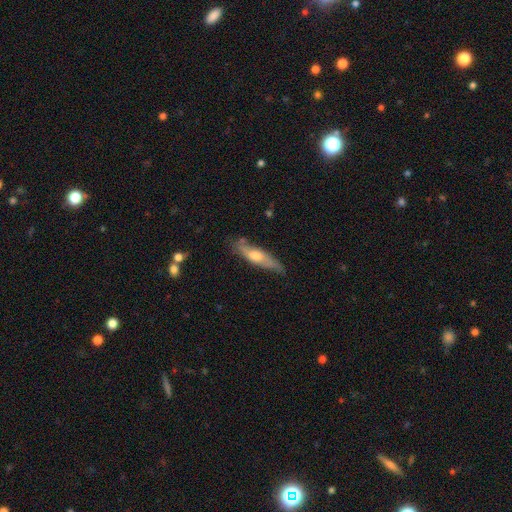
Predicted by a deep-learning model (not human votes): A featured or disk galaxy (50%). Merging: none (75%).